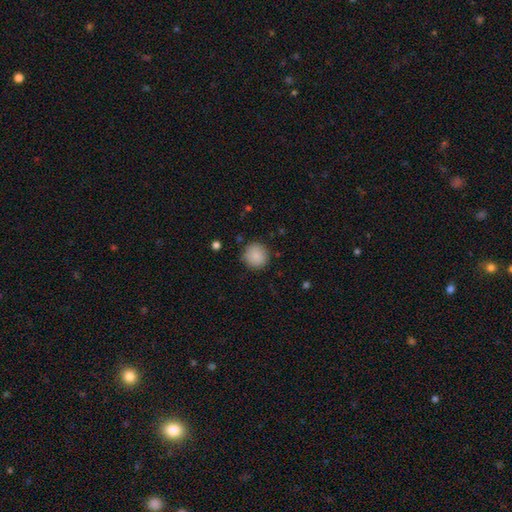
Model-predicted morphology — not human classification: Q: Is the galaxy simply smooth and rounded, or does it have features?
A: smooth — 88%.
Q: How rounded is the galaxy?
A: round — 94%.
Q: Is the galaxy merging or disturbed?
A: none — 88%.